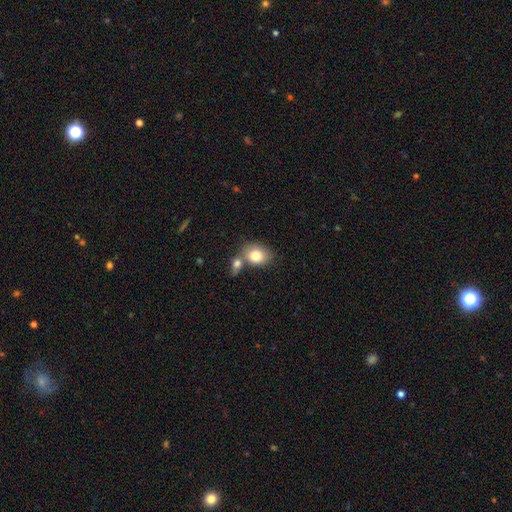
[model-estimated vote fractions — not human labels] Smooth or featured?
  - smooth: 80% *
  - featured or disk: 12%
  - star or artifact: 8%
How rounded?
  - in between: 63% *
  - round: 36%
  - cigar-shaped: 1%
Merging?
  - none: 45% *
  - merger: 40%
  - minor disturbance: 11%
  - major disturbance: 4%